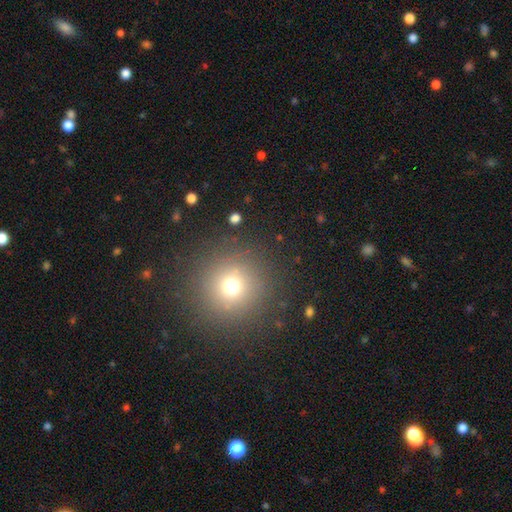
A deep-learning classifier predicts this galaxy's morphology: Smooth or featured?
  - smooth: 64% *
  - star or artifact: 29%
  - featured or disk: 7%
How rounded?
  - round: 95% *
  - in between: 4%
  - cigar-shaped: 1%
Merging?
  - none: 92% *
  - minor disturbance: 5%
  - major disturbance: 2%
  - merger: 1%